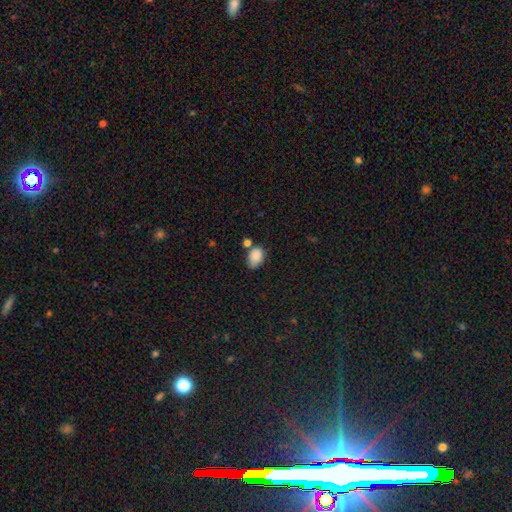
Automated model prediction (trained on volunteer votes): smooth 86%, star or artifact 8%, featured or disk 6%. Down the decision tree: how rounded — in between (81%); merging — none (54%).